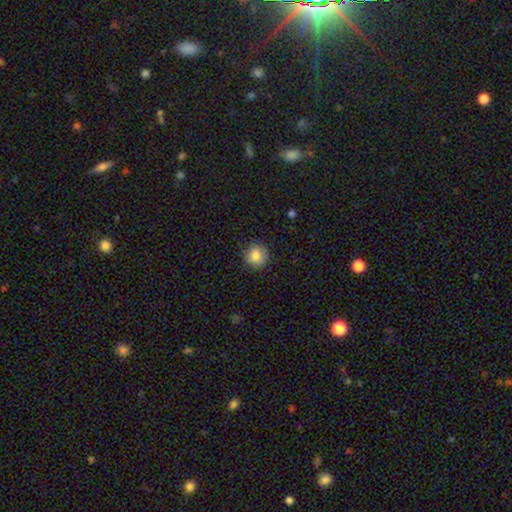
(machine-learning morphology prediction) Q: Smooth or featured?
A: smooth (84%); runner-up: star or artifact (9%)
Q: How rounded?
A: round (89%); runner-up: in between (10%)
Q: Merging?
A: none (87%); runner-up: minor disturbance (9%)